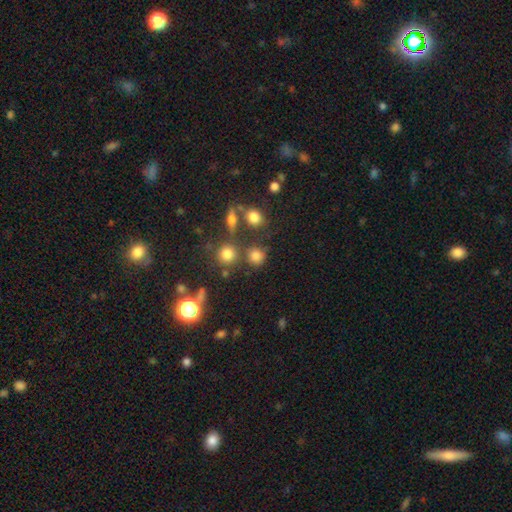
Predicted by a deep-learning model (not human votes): Smooth or featured: smooth — 76% (star or artifact — 16%)
How rounded: round — 83% (in between — 15%)
Merging: none — 69% (merger — 15%)